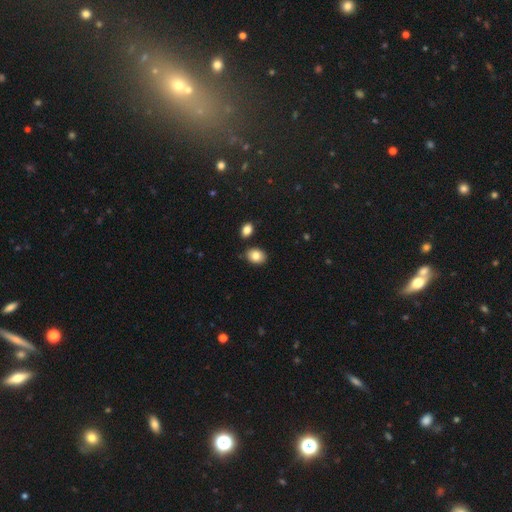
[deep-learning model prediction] smooth 84%, star or artifact 8%, featured or disk 8%. Down the decision tree: how rounded — in between (71%); merging — none (81%).